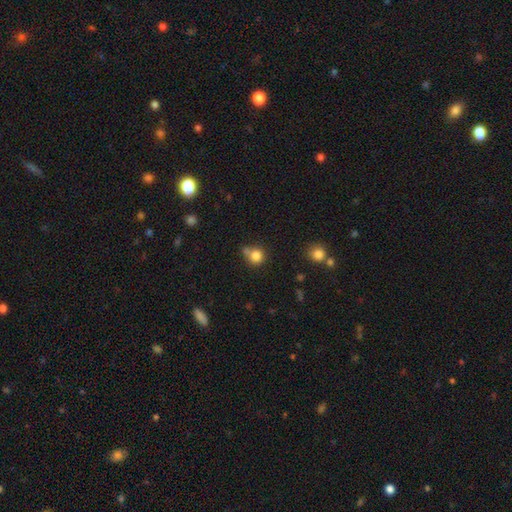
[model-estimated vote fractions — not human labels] A smooth galaxy with no disk features (82%) that is round (88%).

Vote fractions:
- Smooth or featured? smooth: 82% / star or artifact: 11% / featured or disk: 7%
- How rounded? round: 88% / in between: 11% / cigar-shaped: 1%
- Merging? none: 58% / merger: 24% / minor disturbance: 13% / major disturbance: 4%